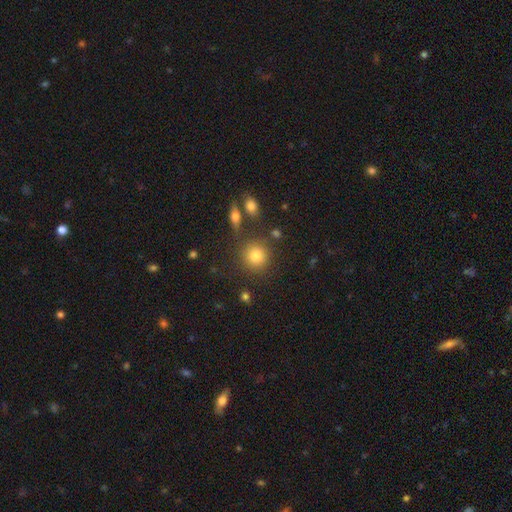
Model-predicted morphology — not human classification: smooth 80%, star or artifact 12%, featured or disk 8%. Down the decision tree: how rounded — round (89%); merging — none (80%).